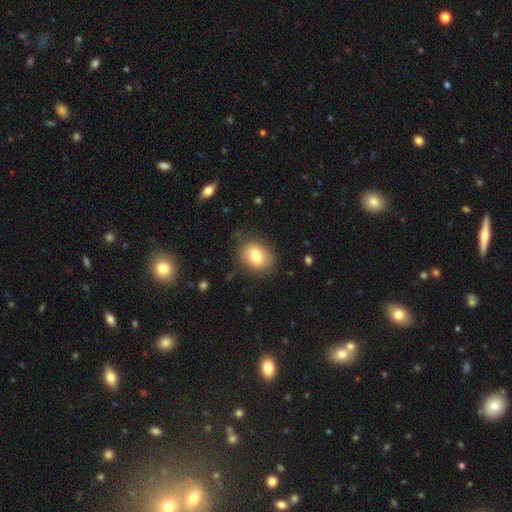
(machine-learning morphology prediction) The model was most divided on "how rounded": in between: 56%, round: 43%, cigar-shaped: 1%. More confident: merging — none (80%); smooth or featured — smooth (78%).